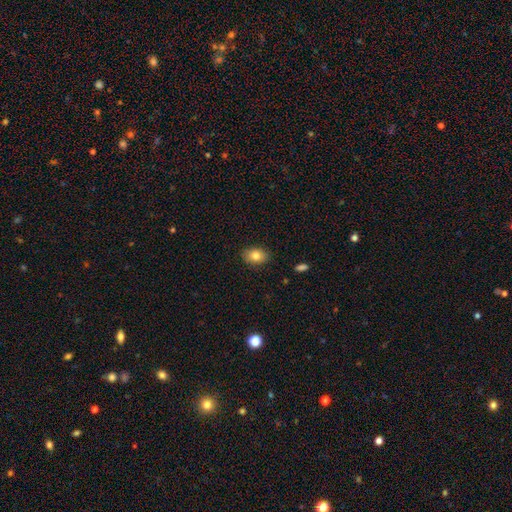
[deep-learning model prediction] Smooth or featured: smooth — 83% (featured or disk — 9%)
How rounded: in between — 80% (round — 19%)
Merging: none — 87% (minor disturbance — 10%)